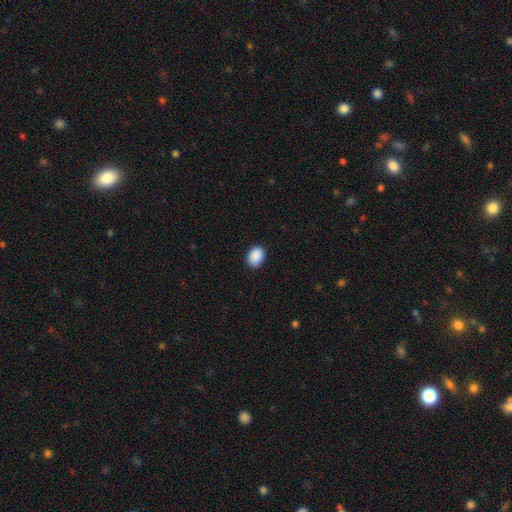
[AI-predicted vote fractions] Morphology: type=smooth (90%); roundness=in between (71%); merging=none (87%).